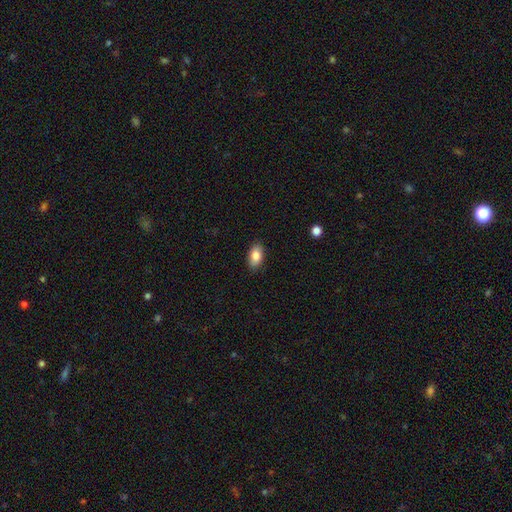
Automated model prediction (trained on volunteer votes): The model was most divided on "smooth or featured": smooth: 84%, featured or disk: 9%, star or artifact: 7%. More confident: how rounded — in between (92%); merging — none (88%).